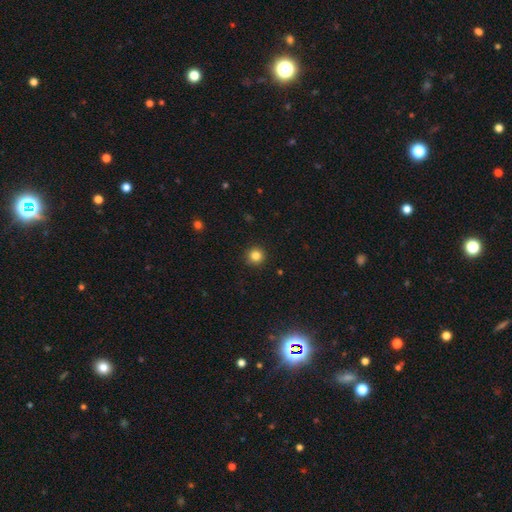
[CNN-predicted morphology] smooth 84%, star or artifact 11%, featured or disk 5%. Down the decision tree: how rounded — round (95%); merging — none (92%).